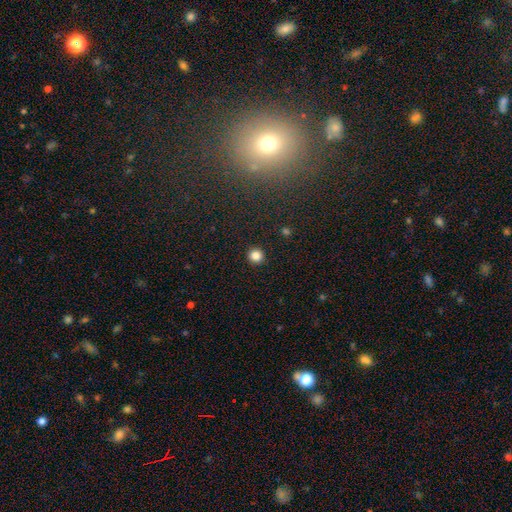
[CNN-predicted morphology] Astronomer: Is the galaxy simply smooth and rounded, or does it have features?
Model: smooth — 84%.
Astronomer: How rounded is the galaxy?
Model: round — 95%.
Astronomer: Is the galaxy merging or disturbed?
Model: none — 93%.